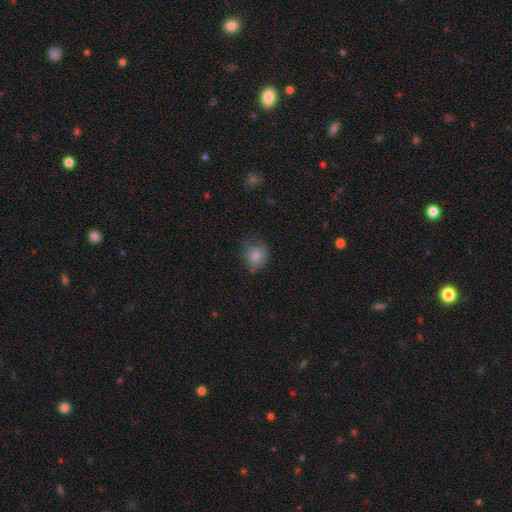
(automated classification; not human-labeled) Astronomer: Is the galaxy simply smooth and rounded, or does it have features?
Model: smooth — 75%.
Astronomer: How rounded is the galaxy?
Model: round — 53% (runner-up: in between, 46%).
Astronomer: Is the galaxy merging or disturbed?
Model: none — 53% (runner-up: minor disturbance, 30%).